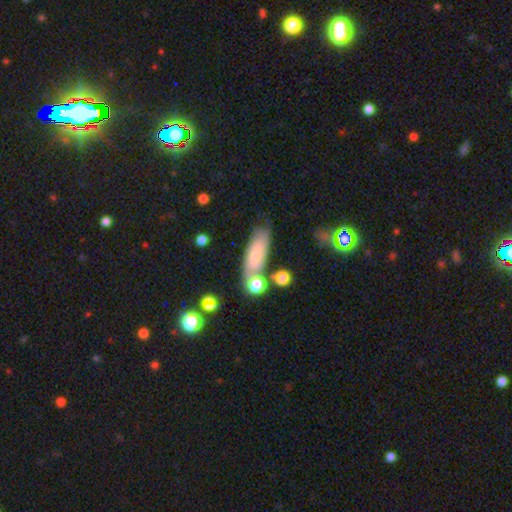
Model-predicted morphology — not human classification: Smooth or featured?
  - smooth: 53% *
  - featured or disk: 37%
  - star or artifact: 10%
How rounded?
  - in between: 62% *
  - cigar-shaped: 34%
  - round: 4%
Merging?
  - none: 54% *
  - minor disturbance: 22%
  - merger: 15%
  - major disturbance: 9%